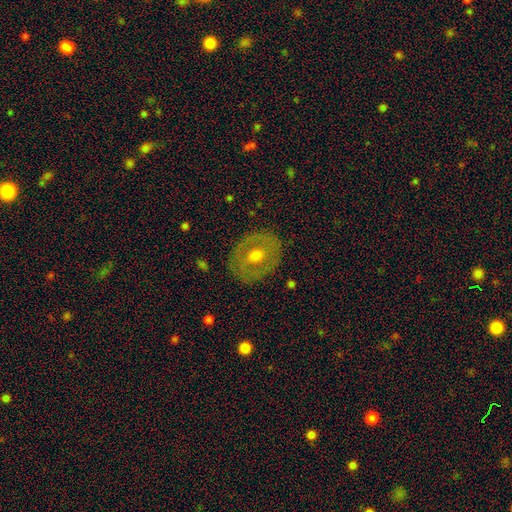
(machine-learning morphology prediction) Q: Smooth or featured?
A: featured or disk (47%); runner-up: smooth (46%)
Q: Merging?
A: none (82%); runner-up: minor disturbance (12%)